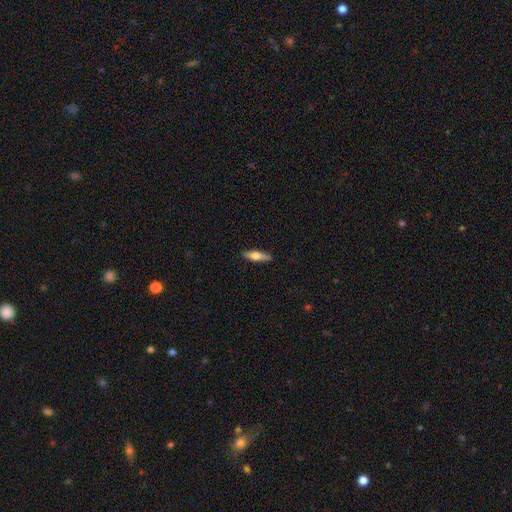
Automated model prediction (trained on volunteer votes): This appears to be a smooth galaxy with no disk features (55%) that is cigar-shaped (64%). Merging: none (89%).